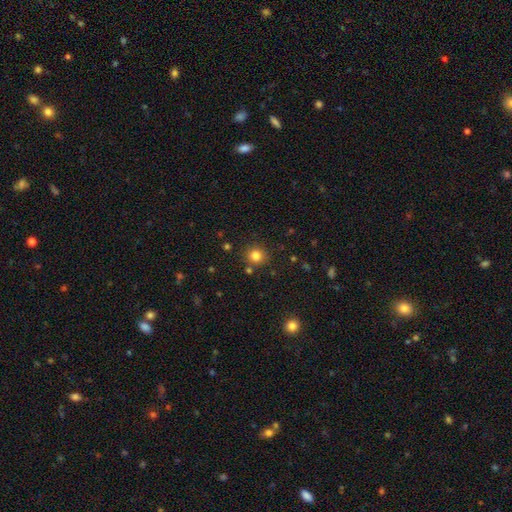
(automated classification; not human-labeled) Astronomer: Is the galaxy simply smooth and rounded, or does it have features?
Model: smooth — 82%.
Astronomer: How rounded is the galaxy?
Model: round — 89%.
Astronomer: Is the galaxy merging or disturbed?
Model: none — 84%.